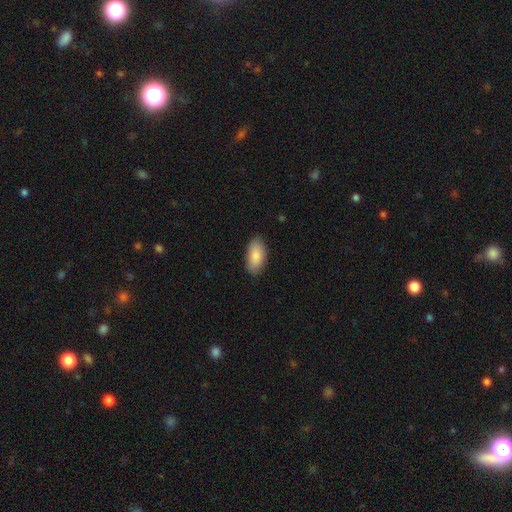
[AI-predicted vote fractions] The model was most divided on "merging": none: 87%, minor disturbance: 10%, major disturbance: 2%, merger: 1%. More confident: how rounded — in between (94%); smooth or featured — smooth (87%).